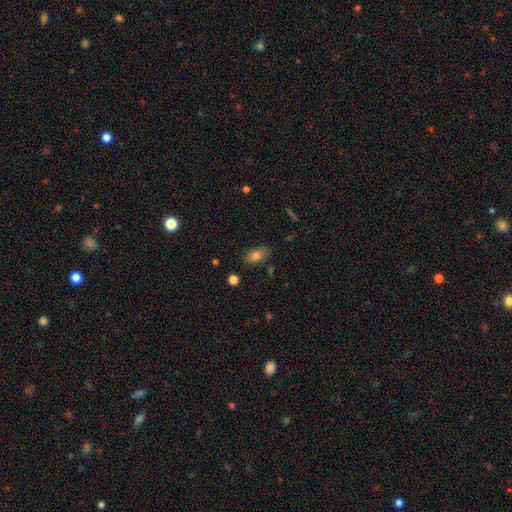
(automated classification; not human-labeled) This appears to be a smooth galaxy with no disk features (79%) that is in between round and cigar-shaped (88%). Merging: none (75%).